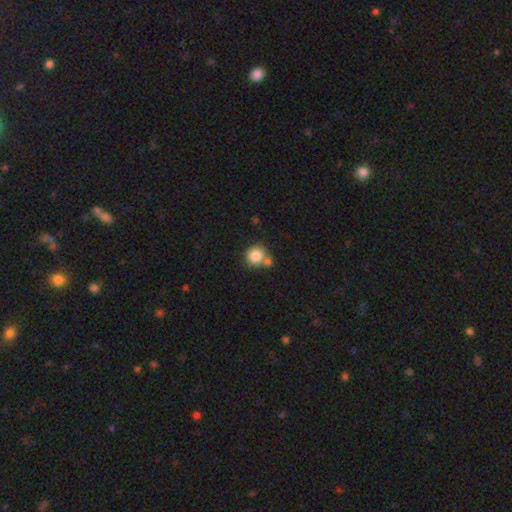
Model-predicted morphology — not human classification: smooth_or_featured: smooth (p=0.83) [alt: star or artifact p=0.10]
how_rounded: round (p=0.91) [alt: in between p=0.08]
merging: none (p=0.60) [alt: merger p=0.27]